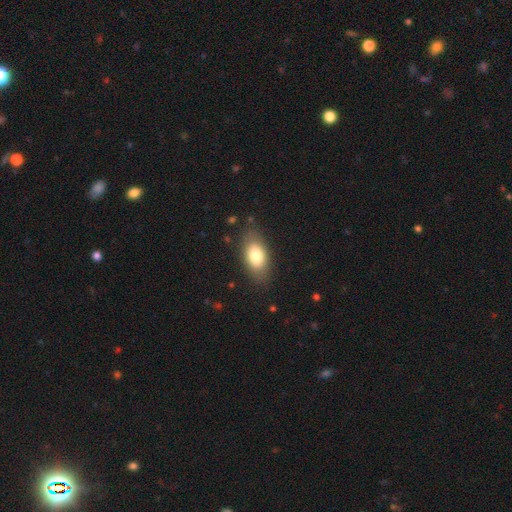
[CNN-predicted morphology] Overall: smooth (77%). How rounded: in between (89%). Merging: none (81%).